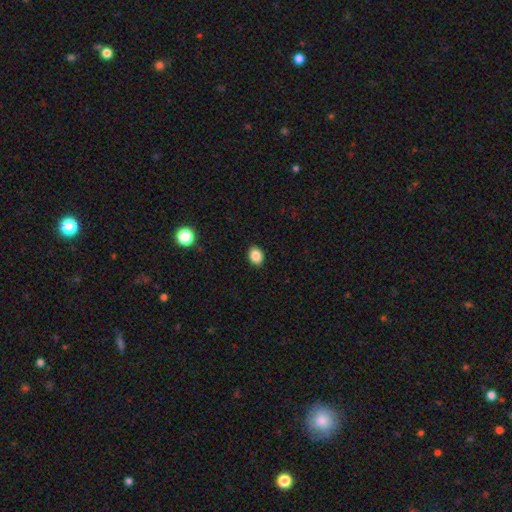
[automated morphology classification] Smooth or featured? smooth (86%)
How rounded? in between (60%)
Merging? none (90%)